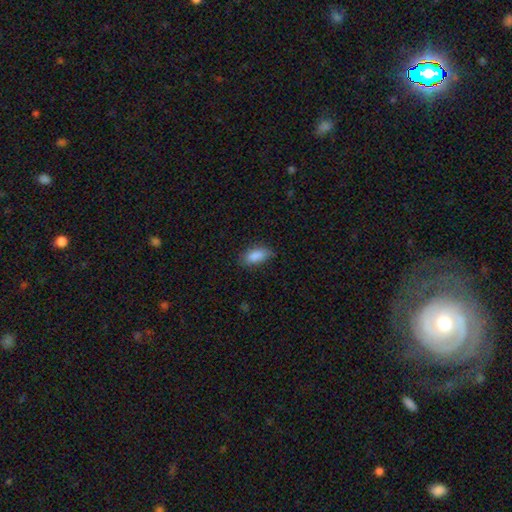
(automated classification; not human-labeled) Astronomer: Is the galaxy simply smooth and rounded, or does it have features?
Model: smooth — 88%.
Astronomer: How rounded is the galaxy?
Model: in between — 89%.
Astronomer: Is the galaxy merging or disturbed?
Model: none — 77%.